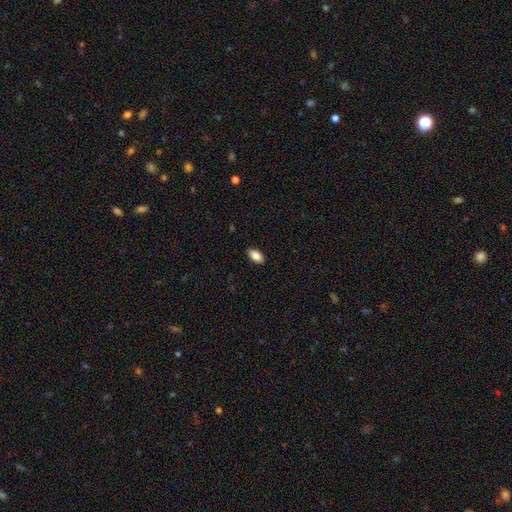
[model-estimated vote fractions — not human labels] A smooth galaxy with no disk features (85%) that is in between round and cigar-shaped (92%). Merging: none (89%).